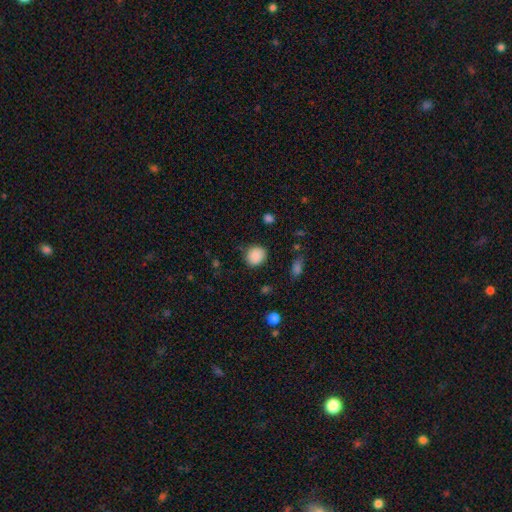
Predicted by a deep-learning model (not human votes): smooth 87%, star or artifact 9%, featured or disk 4%. Down the decision tree: how rounded — round (82%); merging — none (83%).